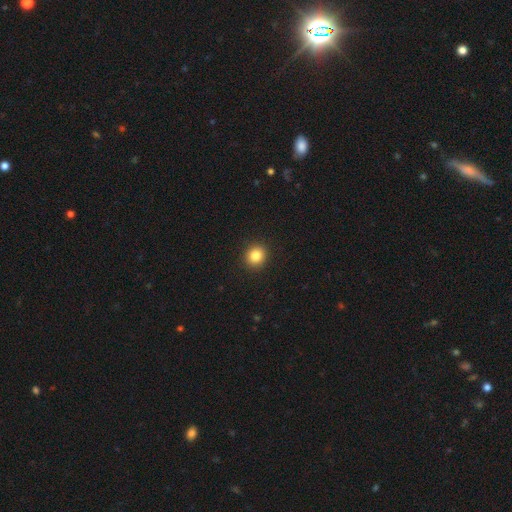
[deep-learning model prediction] Smooth or featured?
  - smooth: 84% *
  - star or artifact: 11%
  - featured or disk: 5%
How rounded?
  - round: 87% *
  - in between: 12%
  - cigar-shaped: 1%
Merging?
  - none: 93% *
  - minor disturbance: 5%
  - major disturbance: 2%
  - merger: 1%